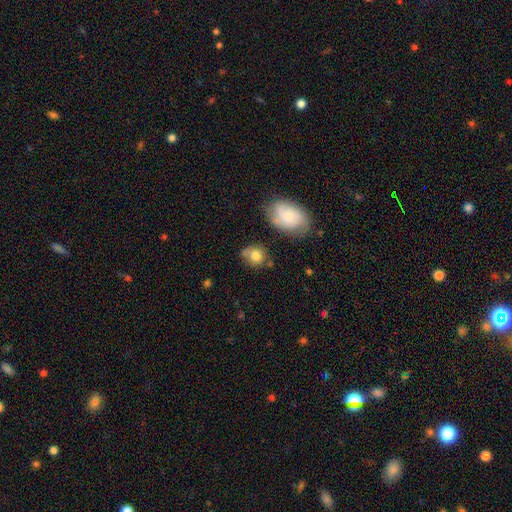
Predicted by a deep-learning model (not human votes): This appears to be a smooth galaxy with no disk features (77%) that is round (69%). Merging: none (63%).